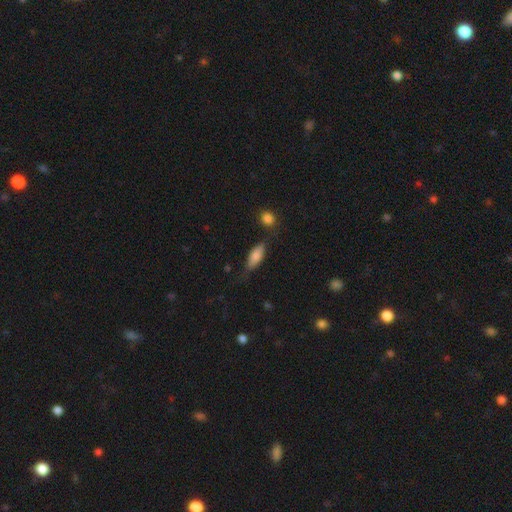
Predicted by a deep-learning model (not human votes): Smooth or featured?
  - smooth: 77% *
  - featured or disk: 16%
  - star or artifact: 7%
How rounded?
  - in between: 74% *
  - cigar-shaped: 23%
  - round: 3%
Merging?
  - none: 63% *
  - minor disturbance: 24%
  - major disturbance: 7%
  - merger: 6%